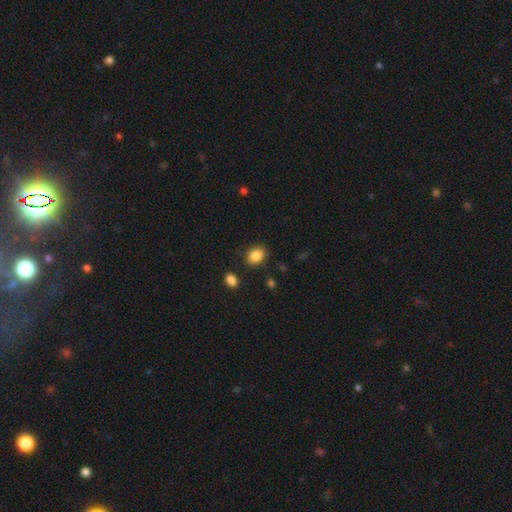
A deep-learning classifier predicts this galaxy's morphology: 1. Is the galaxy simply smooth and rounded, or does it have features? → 87% smooth, 9% star or artifact, 5% featured or disk.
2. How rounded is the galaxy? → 61% in between, 38% round, 1% cigar-shaped.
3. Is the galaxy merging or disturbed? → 85% none, 10% minor disturbance, 3% merger, 3% major disturbance.